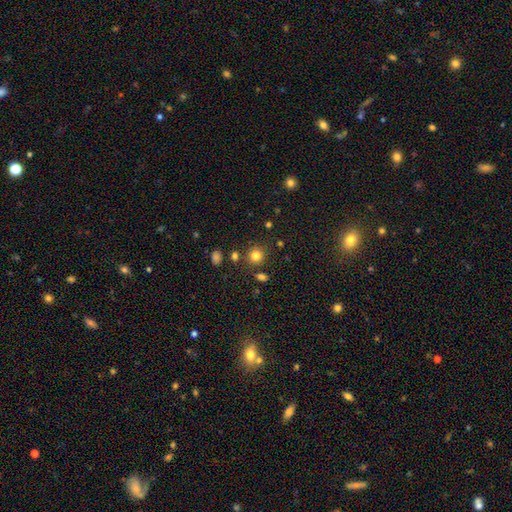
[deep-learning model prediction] The model was most divided on "smooth or featured": smooth: 80%, star or artifact: 14%, featured or disk: 6%. More confident: how rounded — round (89%); merging — none (82%).